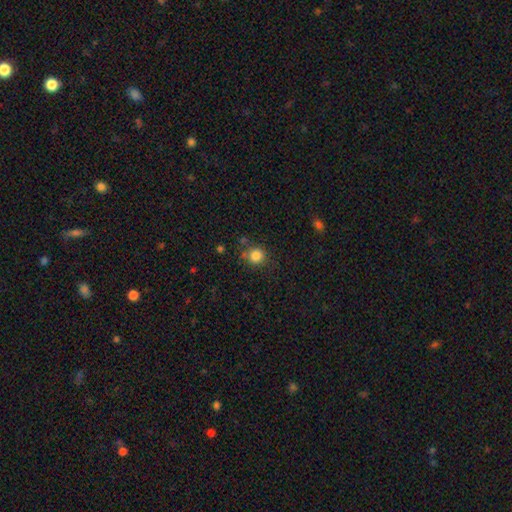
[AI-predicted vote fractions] Smooth or featured? smooth (83%)
How rounded? round (88%)
Merging? none (75%)